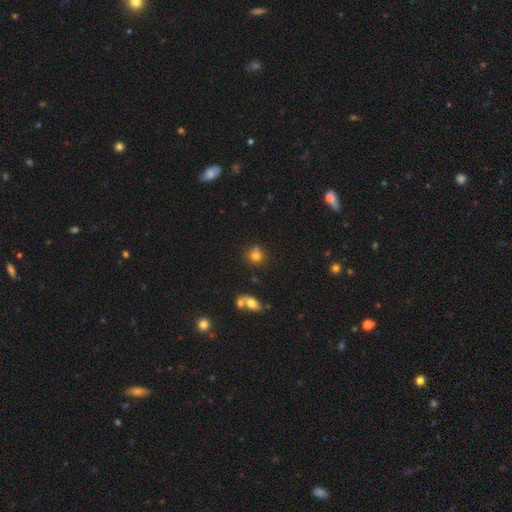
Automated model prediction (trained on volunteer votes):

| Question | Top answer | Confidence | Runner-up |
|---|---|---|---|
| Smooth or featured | smooth | 75% | star or artifact (15%) |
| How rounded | round | 80% | in between (19%) |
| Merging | none | 56% | merger (27%) |